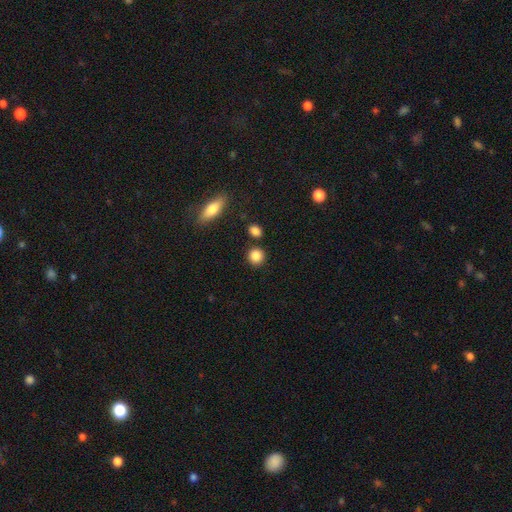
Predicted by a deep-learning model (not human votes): A smooth galaxy with no disk features (87%) that is round (86%). Merging: none (84%).